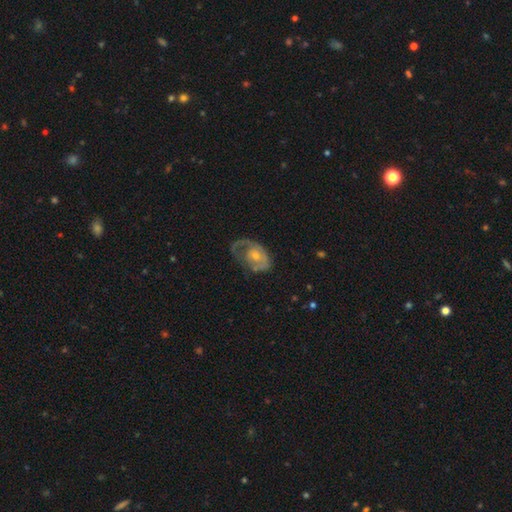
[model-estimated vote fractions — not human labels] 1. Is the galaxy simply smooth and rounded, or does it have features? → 67% featured or disk, 25% smooth, 8% star or artifact.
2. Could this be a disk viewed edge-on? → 95% no, 5% yes.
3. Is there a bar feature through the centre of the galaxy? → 80% no, 17% weak, 3% strong.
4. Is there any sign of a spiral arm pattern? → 64% yes, 36% no.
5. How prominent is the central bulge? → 47% moderate, 45% small, 3% large, 3% none, 1% dominant.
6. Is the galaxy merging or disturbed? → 48% none, 26% major disturbance, 24% minor disturbance, 2% merger.